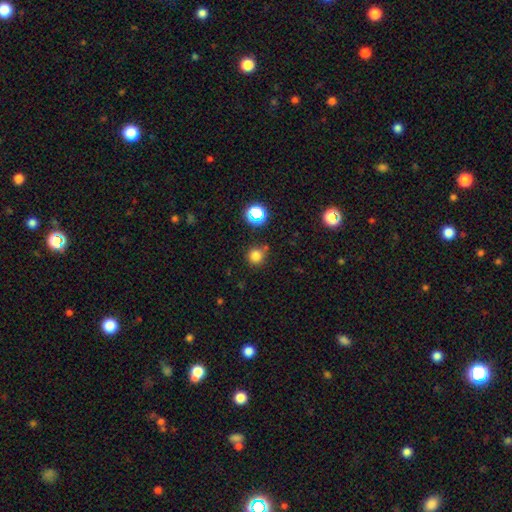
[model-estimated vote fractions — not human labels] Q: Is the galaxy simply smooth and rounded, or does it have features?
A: smooth — 79%.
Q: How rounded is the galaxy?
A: round — 93%.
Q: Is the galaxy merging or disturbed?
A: none — 79%.